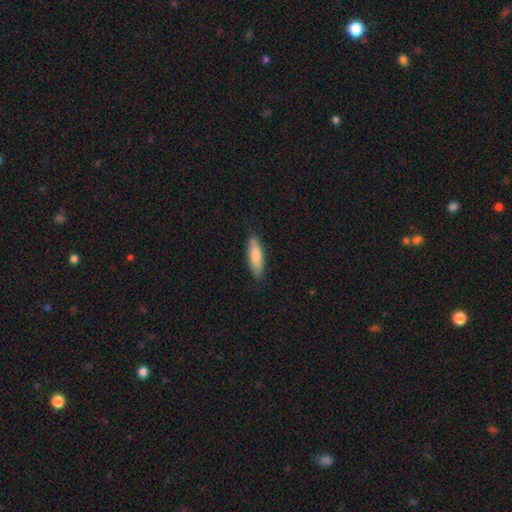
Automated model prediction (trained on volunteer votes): smooth_or_featured: smooth (p=0.79) [alt: featured or disk p=0.16]
how_rounded: cigar-shaped (p=0.50) [alt: in between p=0.49]
merging: none (p=0.85) [alt: minor disturbance p=0.12]